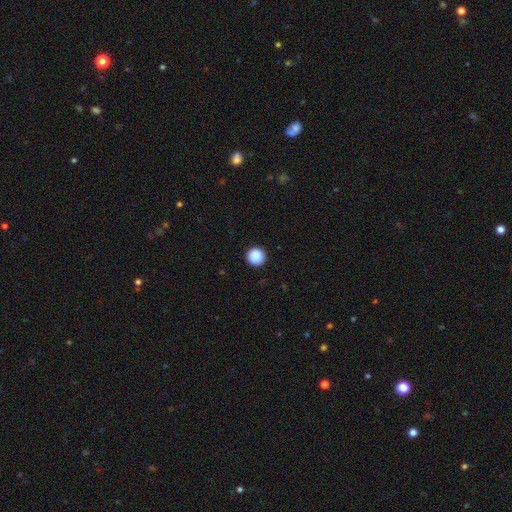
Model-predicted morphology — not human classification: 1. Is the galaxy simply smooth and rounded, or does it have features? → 89% smooth, 9% star or artifact, 3% featured or disk.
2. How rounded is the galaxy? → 96% round, 3% in between, 1% cigar-shaped.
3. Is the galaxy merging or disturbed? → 92% none, 5% minor disturbance, 2% major disturbance, 1% merger.